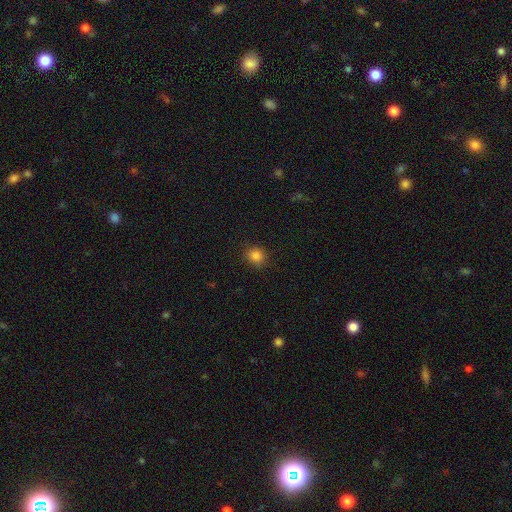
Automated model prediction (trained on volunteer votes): Q: Smooth or featured?
A: smooth (84%); runner-up: star or artifact (12%)
Q: How rounded?
A: round (82%); runner-up: in between (17%)
Q: Merging?
A: none (87%); runner-up: minor disturbance (9%)